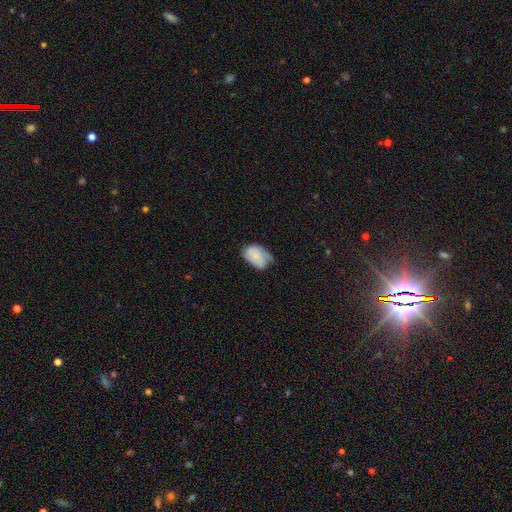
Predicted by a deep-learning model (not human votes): The model was most divided on "merging": minor disturbance: 45%, none: 38%, major disturbance: 15%, merger: 2%. More confident: how rounded — in between (85%); smooth or featured — smooth (76%).